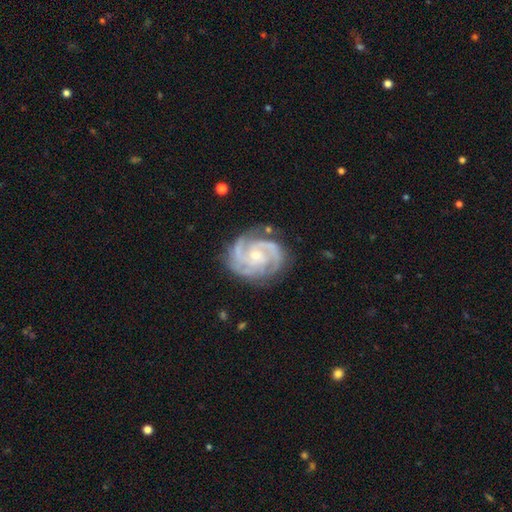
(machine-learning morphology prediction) Smooth or featured? Predicted: featured or disk (p=0.92). Edge-on disk? Predicted: no (p=0.98). Bar? Predicted: no (p=0.64). Spiral arms? Predicted: yes (p=0.99). Spiral winding? Predicted: tight (p=0.63). Spiral arm count? Predicted: 3 (p=0.47). Bulge size? Predicted: small (p=0.68). Merging? Predicted: none (p=0.78).